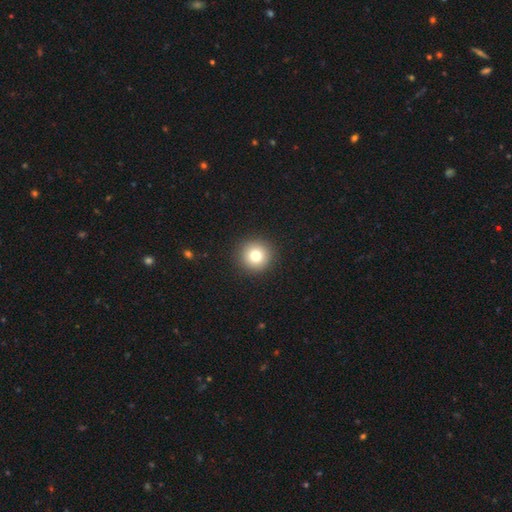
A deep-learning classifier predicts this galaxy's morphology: This is likely a smooth galaxy (79%). How rounded: clearly round (95%). Merging: clearly none (93%).